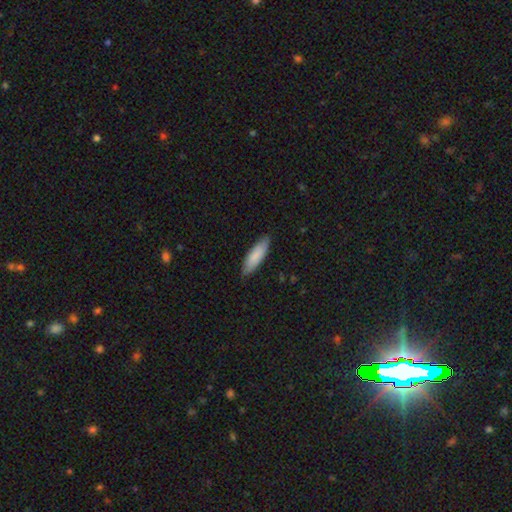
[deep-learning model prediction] Overall: smooth (85%). How rounded: cigar-shaped (53%; in between 45%). Merging: none (85%).